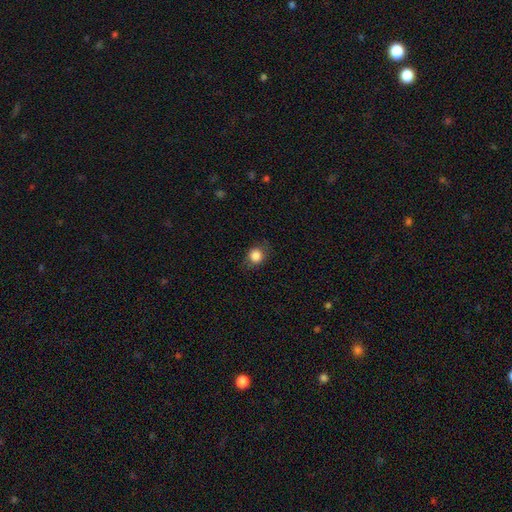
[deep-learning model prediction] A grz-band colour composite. It shows a smooth galaxy with no disk features (85%) that is round (78%). Merging: none (78%).